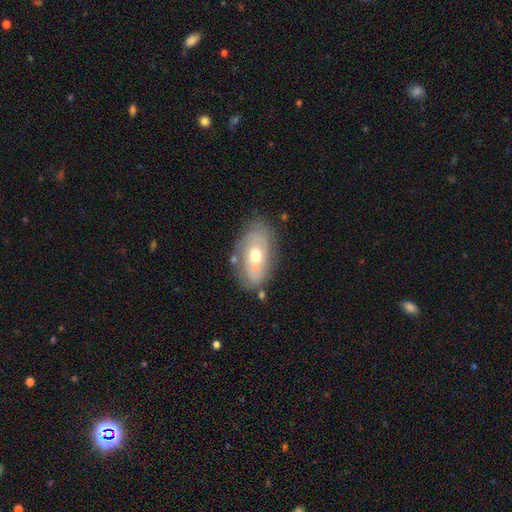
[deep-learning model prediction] featured or disk 46% (tied), smooth 46% (tied), star or artifact 8%. Down the decision tree: merging — none (55%).